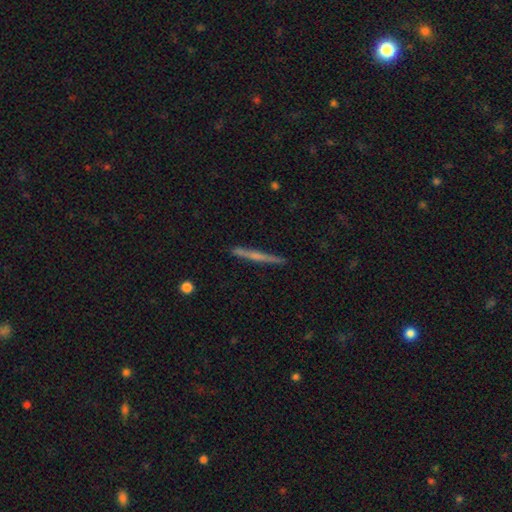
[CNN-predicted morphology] Smooth or featured: featured or disk — 57% (smooth — 36%)
Edge-on disk: yes — 98% (no — 2%)
Edge-on bulge: none — 53% (rounded — 38%)
Merging: none — 91% (minor disturbance — 7%)